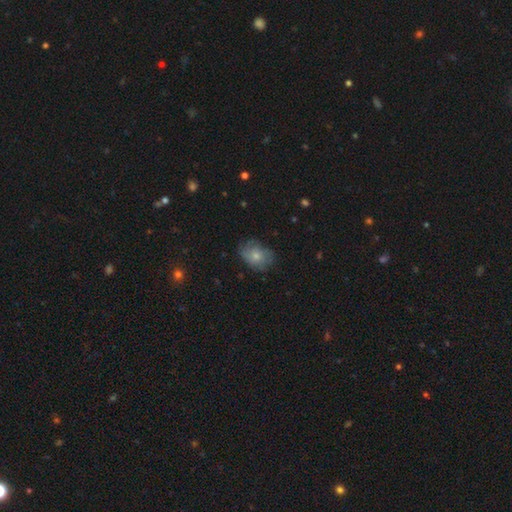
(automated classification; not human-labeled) Q: Smooth or featured?
A: smooth (71%); runner-up: featured or disk (22%)
Q: How rounded?
A: in between (65%); runner-up: round (34%)
Q: Merging?
A: none (63%); runner-up: minor disturbance (26%)